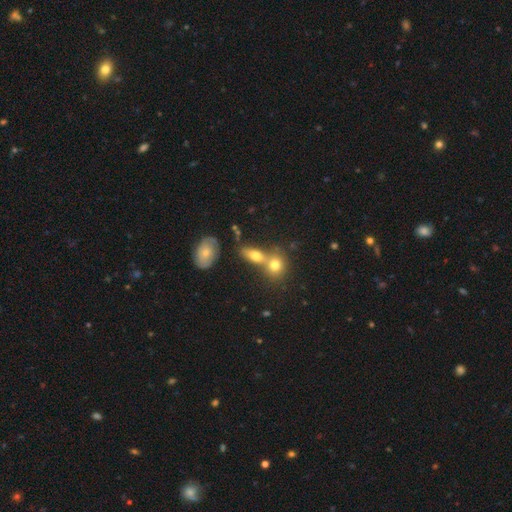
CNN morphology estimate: smooth_or_featured: smooth (p=0.67) [alt: featured or disk p=0.21]
how_rounded: in between (p=0.68) [alt: round p=0.22]
merging: merger (p=0.47) [alt: none p=0.39]